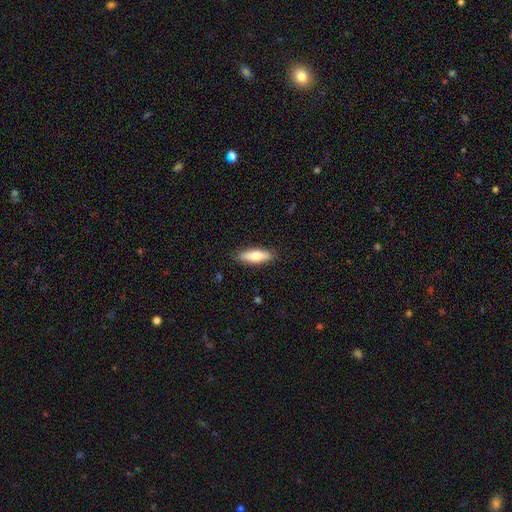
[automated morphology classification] Smooth or featured: smooth — 70% (featured or disk — 24%)
How rounded: in between — 52% (cigar-shaped — 46%)
Merging: none — 87% (minor disturbance — 10%)